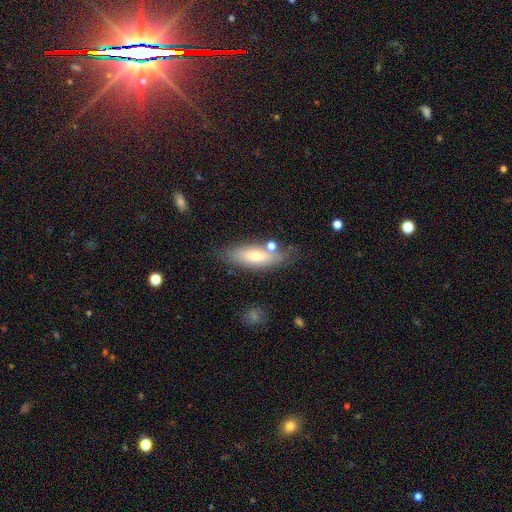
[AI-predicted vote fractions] Morphology: type=smooth (66%); roundness=in between (53%); merging=none (72%).